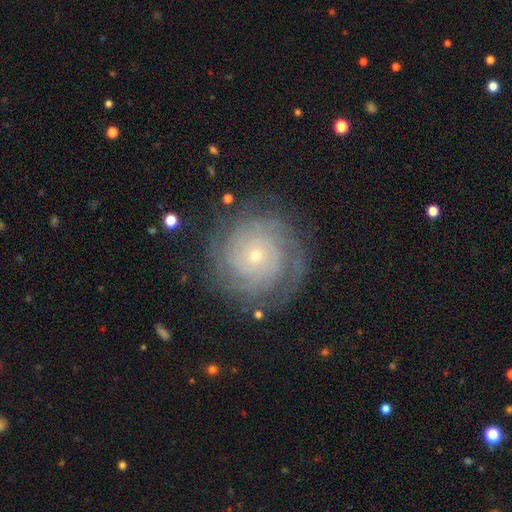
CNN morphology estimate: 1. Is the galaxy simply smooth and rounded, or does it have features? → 82% featured or disk, 10% smooth, 8% star or artifact.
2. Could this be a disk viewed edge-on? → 98% no, 2% yes.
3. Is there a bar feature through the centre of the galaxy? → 82% no, 14% weak, 4% strong.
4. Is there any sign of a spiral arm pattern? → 97% yes, 3% no.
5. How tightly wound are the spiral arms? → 84% tight, 14% medium, 3% loose.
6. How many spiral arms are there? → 29% can't tell, 22% 4, 16% 3, 13% more than 4, 12% 2, 7% 1.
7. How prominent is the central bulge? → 80% small, 17% moderate, 1% large, 1% none, 1% dominant.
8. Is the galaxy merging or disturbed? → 83% none, 12% minor disturbance, 4% major disturbance, 1% merger.